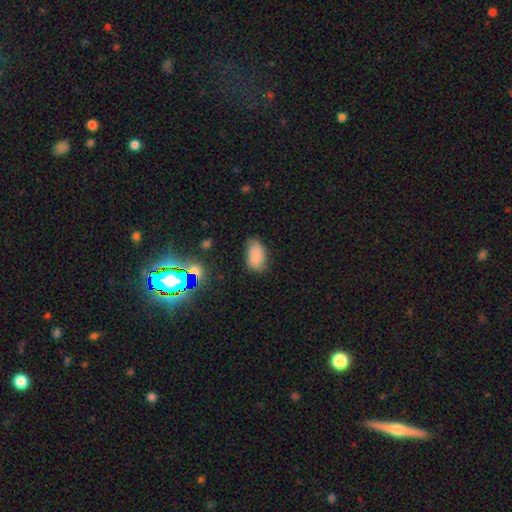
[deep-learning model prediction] Smooth or featured?
  - smooth: 81% *
  - star or artifact: 12%
  - featured or disk: 7%
How rounded?
  - in between: 91% *
  - round: 7%
  - cigar-shaped: 1%
Merging?
  - none: 67% *
  - minor disturbance: 25%
  - major disturbance: 6%
  - merger: 2%